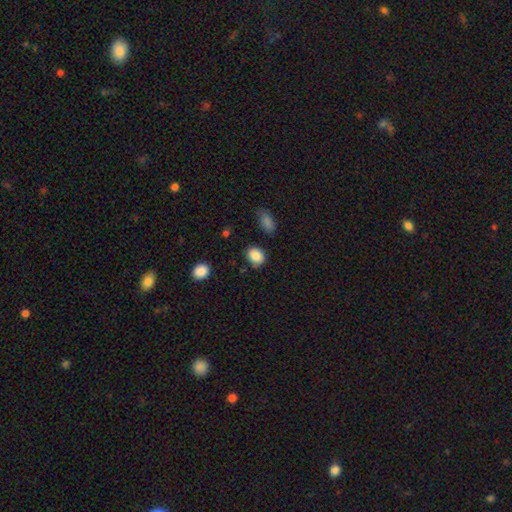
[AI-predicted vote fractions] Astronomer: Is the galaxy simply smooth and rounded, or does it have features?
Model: smooth — 87%.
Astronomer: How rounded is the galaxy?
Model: in between — 66%.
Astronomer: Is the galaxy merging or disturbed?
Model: none — 80%.